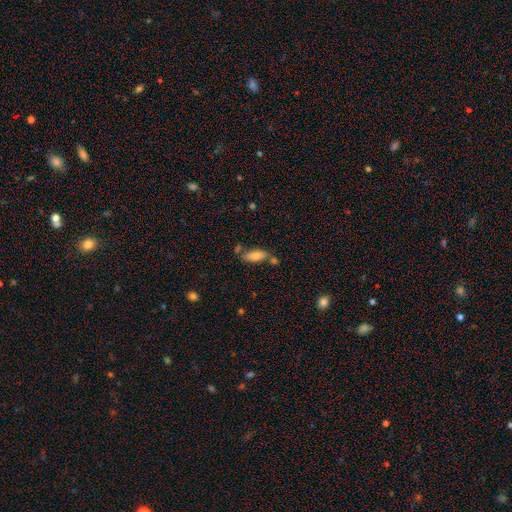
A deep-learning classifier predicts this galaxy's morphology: A smooth galaxy with no disk features (79%) that is in between round and cigar-shaped (75%). Merging: none (60%).